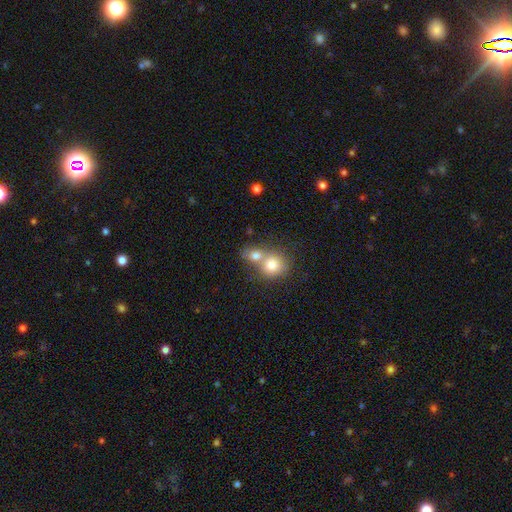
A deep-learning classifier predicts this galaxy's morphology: Smooth or featured? smooth (77%)
How rounded? round (70%)
Merging? merger (62%)